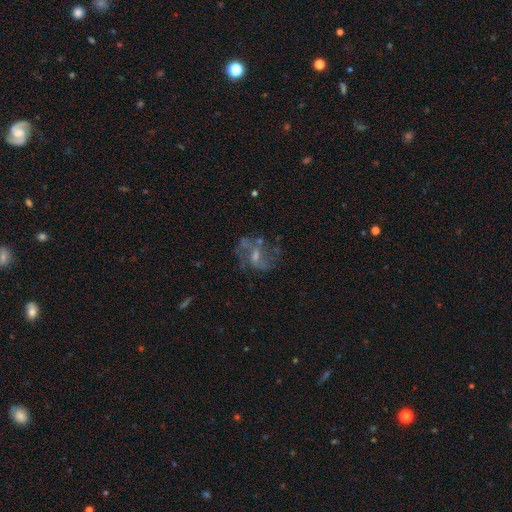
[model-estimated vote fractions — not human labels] featured or disk 69%, smooth 17%, star or artifact 15%. Down the decision tree: edge-on disk — no (97%); bar — weak (46%); spiral arms — yes (68%); bulge size — small (43%); merging — none (56%).